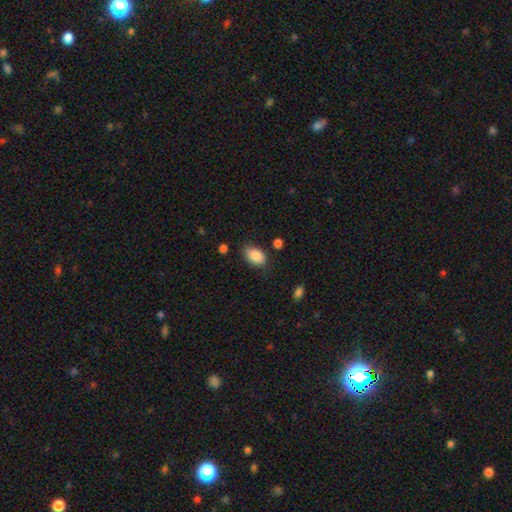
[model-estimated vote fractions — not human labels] A smooth galaxy with no disk features (87%) that is in between round and cigar-shaped (90%).

Vote fractions:
- Smooth or featured? smooth: 87% / star or artifact: 7% / featured or disk: 5%
- How rounded? in between: 90% / round: 9% / cigar-shaped: 1%
- Merging? none: 74% / minor disturbance: 19% / major disturbance: 4% / merger: 2%